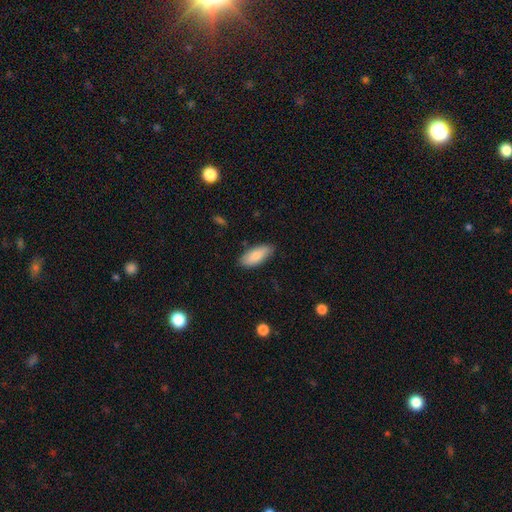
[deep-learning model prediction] Smooth or featured? Predicted: smooth (p=0.80). How rounded? Predicted: in between (p=0.85). Merging? Predicted: none (p=0.82).